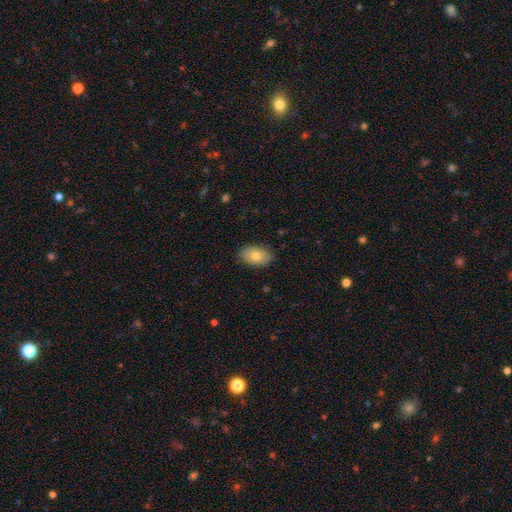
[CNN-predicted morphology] Smooth or featured? Predicted: smooth (p=0.76). How rounded? Predicted: in between (p=0.90). Merging? Predicted: none (p=0.86).